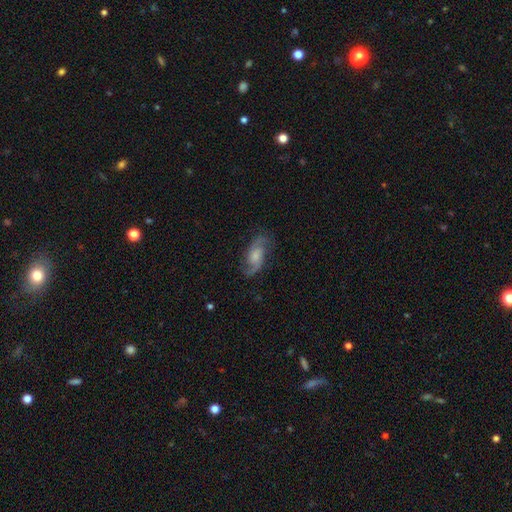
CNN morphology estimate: featured or disk 83%, smooth 11%, star or artifact 6%. Down the decision tree: edge-on disk — no (96%); bar — no (55%); spiral arms — yes (96%); spiral arm count — 2 (91%); spiral winding — medium (45%); bulge size — moderate (34%); merging — none (77%).